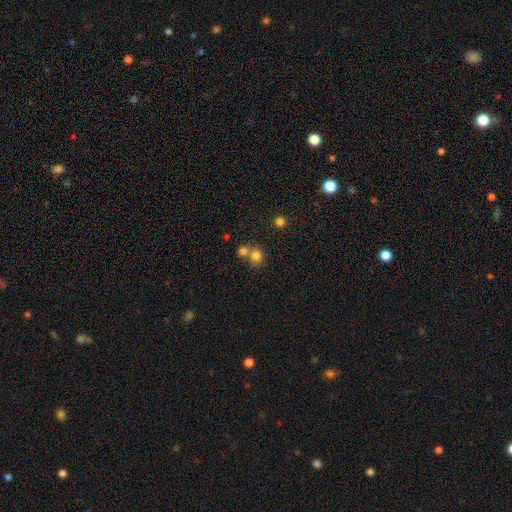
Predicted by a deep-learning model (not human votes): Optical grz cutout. It shows a smooth galaxy with no disk features (78%) that is round (84%). Merging: none (51%).